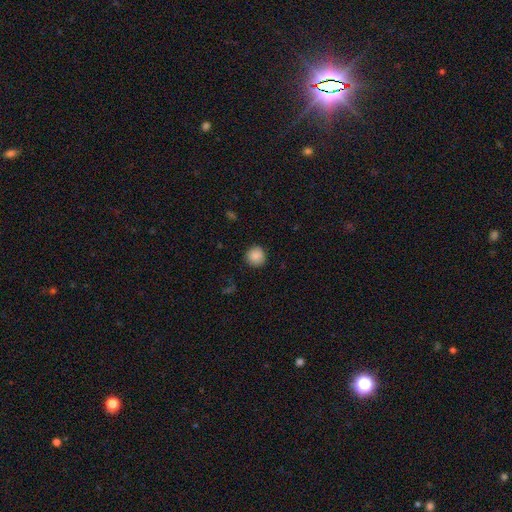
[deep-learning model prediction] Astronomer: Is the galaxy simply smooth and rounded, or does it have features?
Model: smooth — 88%.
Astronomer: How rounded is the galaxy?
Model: round — 94%.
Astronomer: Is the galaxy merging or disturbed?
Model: none — 90%.